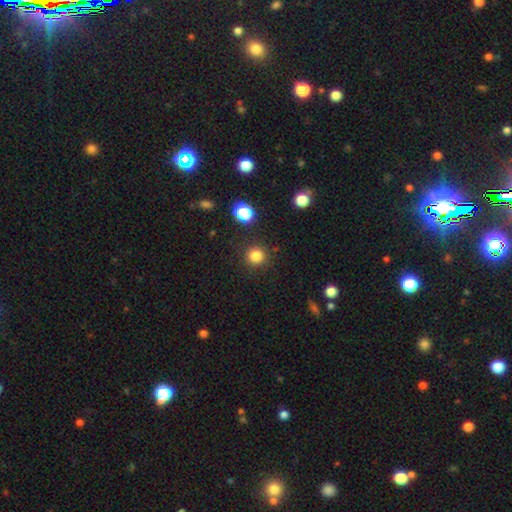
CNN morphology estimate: A smooth galaxy with no disk features (81%) that is round (94%).

Vote fractions:
- Smooth or featured? smooth: 81% / star or artifact: 14% / featured or disk: 5%
- How rounded? round: 94% / in between: 5% / cigar-shaped: 1%
- Merging? none: 89% / minor disturbance: 6% / major disturbance: 3% / merger: 2%